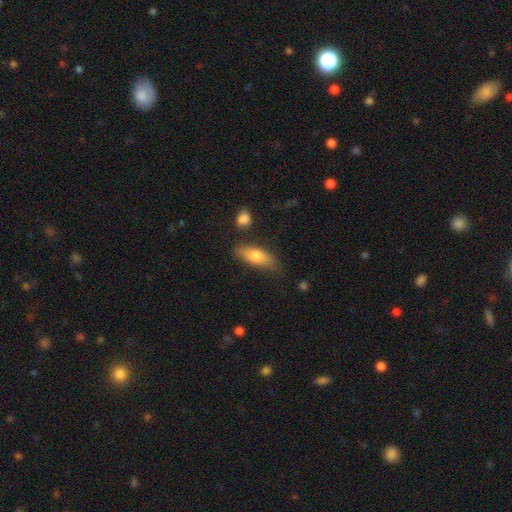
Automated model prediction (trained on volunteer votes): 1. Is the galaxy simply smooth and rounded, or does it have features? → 72% smooth, 21% featured or disk, 6% star or artifact.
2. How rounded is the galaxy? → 66% in between, 30% cigar-shaped, 3% round.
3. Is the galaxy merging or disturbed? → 76% none, 17% minor disturbance, 4% merger, 4% major disturbance.